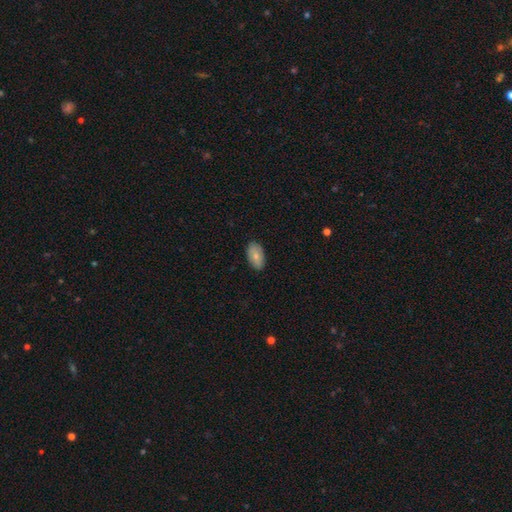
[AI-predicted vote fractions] A smooth galaxy with no disk features (78%) that is in between round and cigar-shaped (94%).

Vote fractions:
- Smooth or featured? smooth: 78% / featured or disk: 16% / star or artifact: 7%
- How rounded? in between: 94% / round: 4% / cigar-shaped: 2%
- Merging? none: 87% / minor disturbance: 10% / major disturbance: 2% / merger: 1%